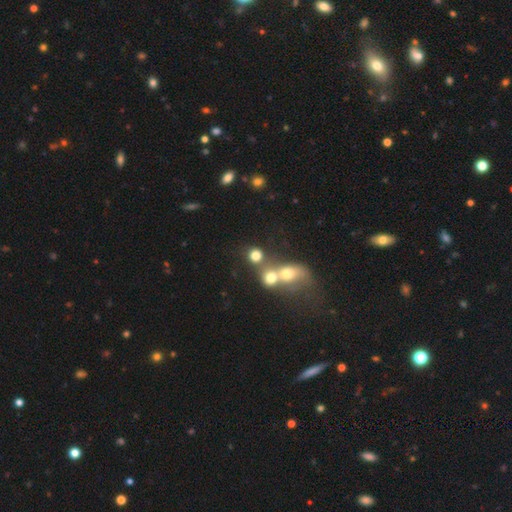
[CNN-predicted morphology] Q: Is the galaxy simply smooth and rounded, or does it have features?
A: smooth — 72%.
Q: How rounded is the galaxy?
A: round — 82%.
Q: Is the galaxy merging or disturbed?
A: merger — 49%.